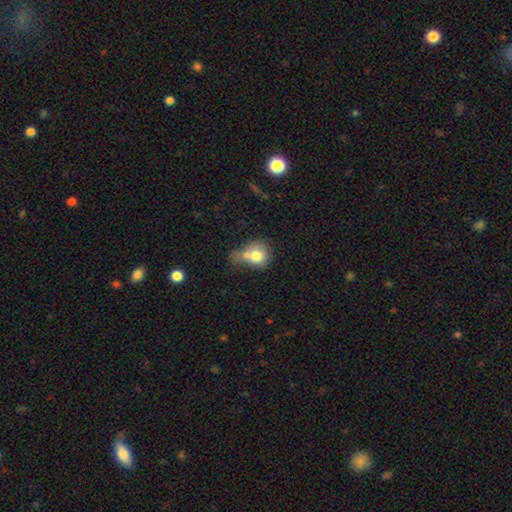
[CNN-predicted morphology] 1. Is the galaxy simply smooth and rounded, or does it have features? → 74% smooth, 18% featured or disk, 9% star or artifact.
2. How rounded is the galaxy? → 68% round, 30% in between, 1% cigar-shaped.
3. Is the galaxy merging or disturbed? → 48% merger, 24% none, 16% minor disturbance, 12% major disturbance.